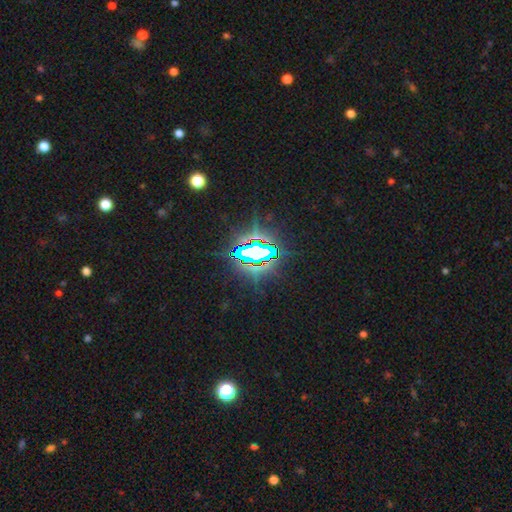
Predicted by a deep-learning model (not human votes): Smooth or featured: star or artifact — 79% (smooth — 11%)